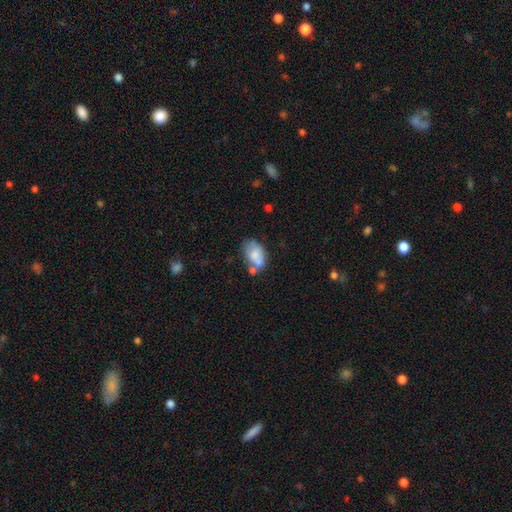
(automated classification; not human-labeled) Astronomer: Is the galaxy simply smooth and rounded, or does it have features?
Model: smooth — 67%.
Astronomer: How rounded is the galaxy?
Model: in between — 87%.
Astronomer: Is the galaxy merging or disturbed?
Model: none — 36% (runner-up: merger, 30%).